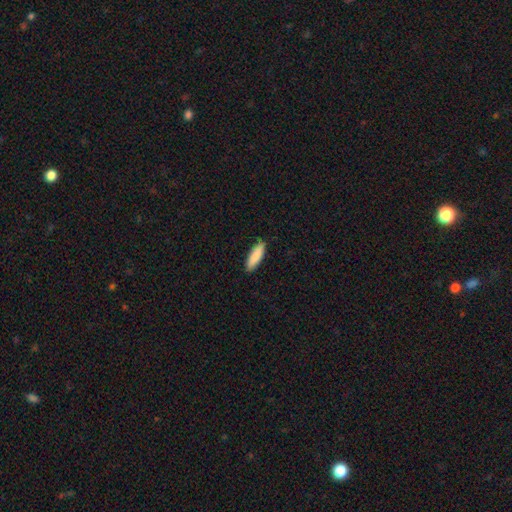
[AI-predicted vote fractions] A smooth galaxy with no disk features (88%) that is cigar-shaped (56%). Merging: none (87%).